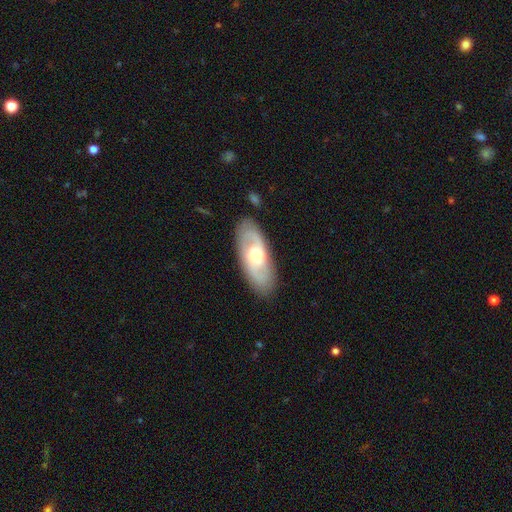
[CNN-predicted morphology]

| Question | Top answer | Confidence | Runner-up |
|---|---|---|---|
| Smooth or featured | featured or disk | 63% | smooth (32%) |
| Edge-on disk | no | 88% | yes (12%) |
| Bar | no | 62% | weak (31%) |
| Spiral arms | yes | 78% | no (22%) |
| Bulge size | moderate | 60% | small (23%) |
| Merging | none | 84% | minor disturbance (11%) |